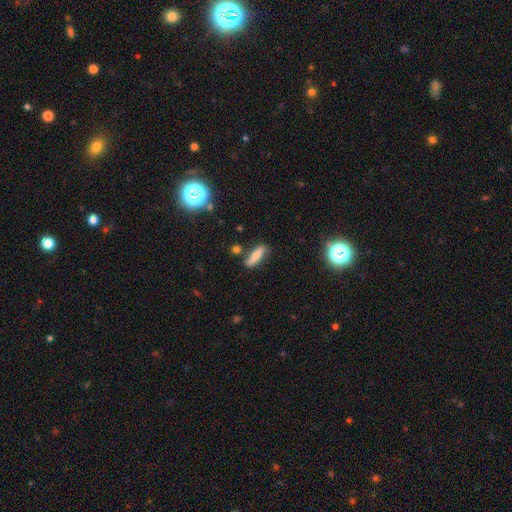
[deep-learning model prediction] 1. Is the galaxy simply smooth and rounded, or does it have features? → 69% smooth, 22% featured or disk, 9% star or artifact.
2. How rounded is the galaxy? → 52% cigar-shaped, 45% in between, 3% round.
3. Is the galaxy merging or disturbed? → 72% none, 18% minor disturbance, 6% merger, 4% major disturbance.